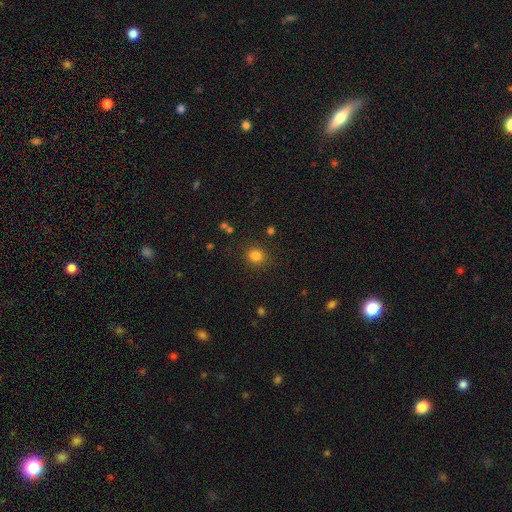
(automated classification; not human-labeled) Smooth or featured? Predicted: smooth (p=0.82). How rounded? Predicted: round (p=0.76). Merging? Predicted: none (p=0.86).